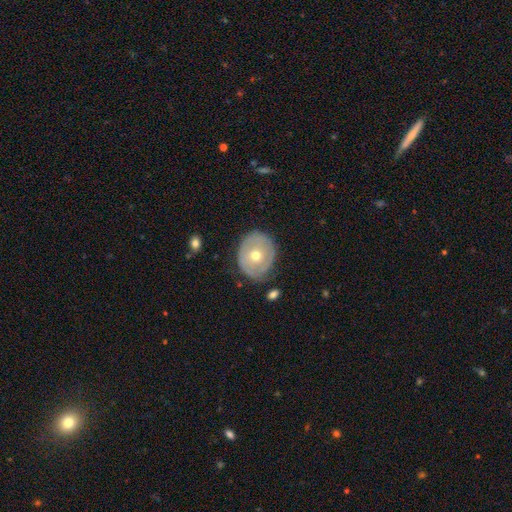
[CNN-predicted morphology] Smooth or featured?
  - featured or disk: 48% *
  - smooth: 45%
  - star or artifact: 7%
Merging?
  - none: 74% *
  - minor disturbance: 19%
  - major disturbance: 5%
  - merger: 2%